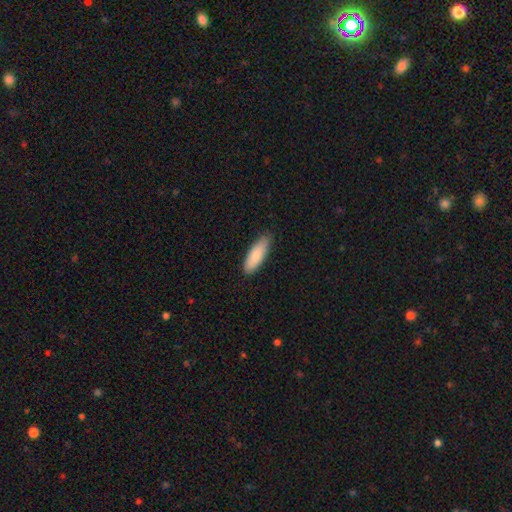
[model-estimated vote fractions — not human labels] smooth 85%, featured or disk 9%, star or artifact 5%. Down the decision tree: how rounded — in between (63%); merging — none (84%).